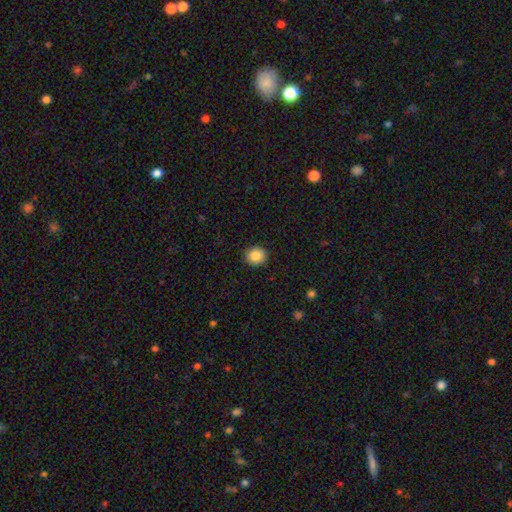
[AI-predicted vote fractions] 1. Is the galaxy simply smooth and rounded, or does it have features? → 87% smooth, 9% star or artifact, 4% featured or disk.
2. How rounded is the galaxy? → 84% round, 15% in between, 1% cigar-shaped.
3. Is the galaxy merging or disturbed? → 91% none, 7% minor disturbance, 2% major disturbance, 1% merger.